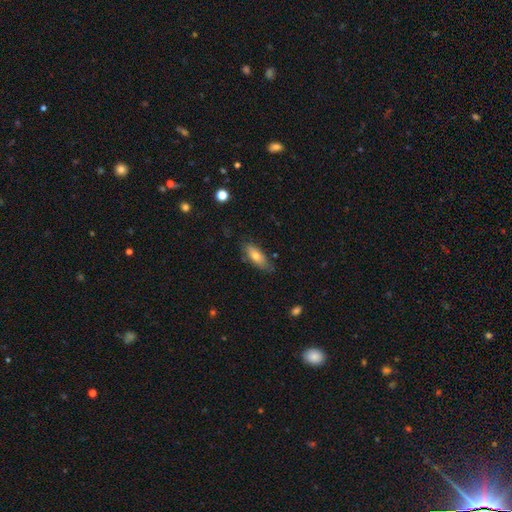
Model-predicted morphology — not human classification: Q: Smooth or featured?
A: smooth (68%); runner-up: featured or disk (26%)
Q: How rounded?
A: in between (71%); runner-up: cigar-shaped (26%)
Q: Merging?
A: none (73%); runner-up: minor disturbance (21%)